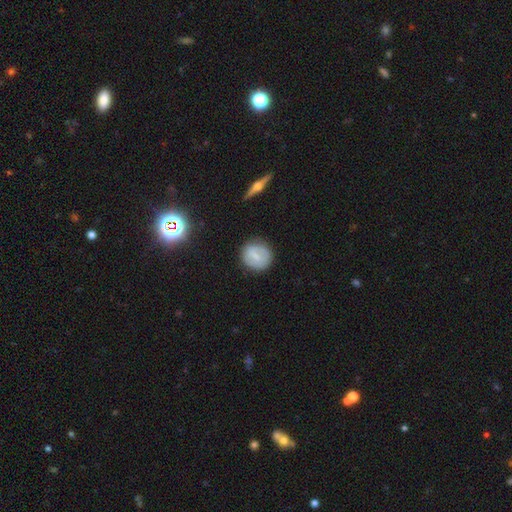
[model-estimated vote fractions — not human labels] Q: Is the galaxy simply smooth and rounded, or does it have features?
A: smooth — 54%.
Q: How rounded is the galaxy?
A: round — 81%.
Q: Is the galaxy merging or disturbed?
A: none — 84%.